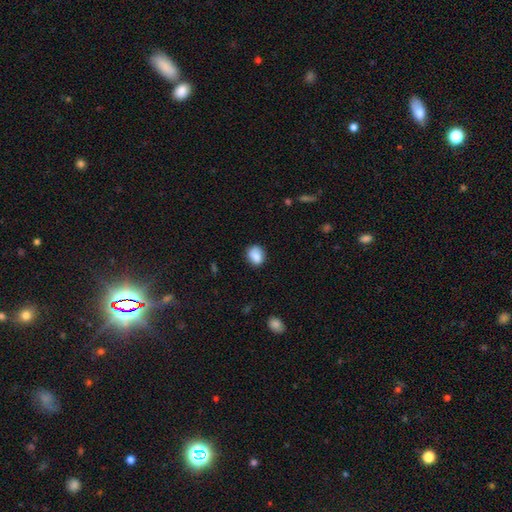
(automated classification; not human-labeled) A smooth galaxy with no disk features (86%) that is round (55%). Merging: none (80%).